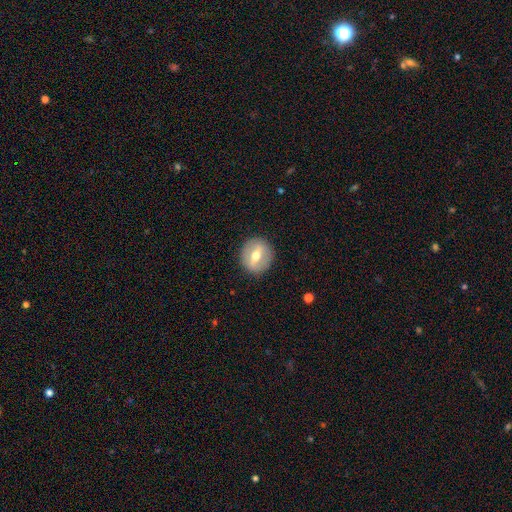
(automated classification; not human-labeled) Smooth or featured? Predicted: featured or disk (p=0.52). Edge-on disk? Predicted: no (p=0.85). Merging? Predicted: none (p=0.89).